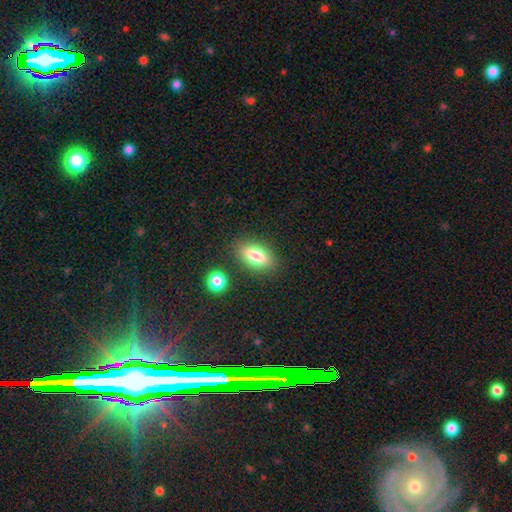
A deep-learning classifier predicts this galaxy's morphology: This appears to be a smooth galaxy with no disk features (78%) that is in between round and cigar-shaped (86%). Merging: none (82%).